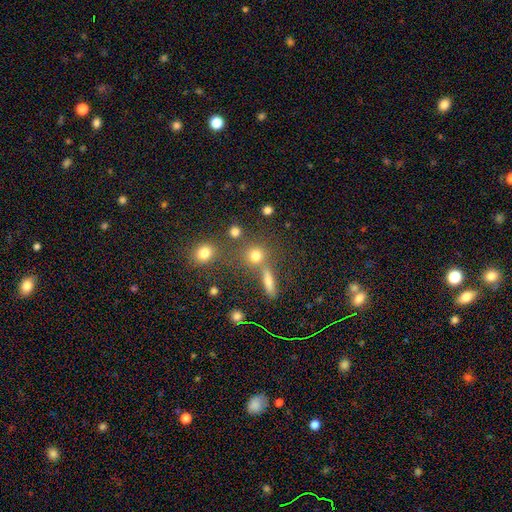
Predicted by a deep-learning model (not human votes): smooth_or_featured: smooth (p=0.75) [alt: star or artifact p=0.16]
how_rounded: round (p=0.84) [alt: in between p=0.12]
merging: none (p=0.66) [alt: merger p=0.20]